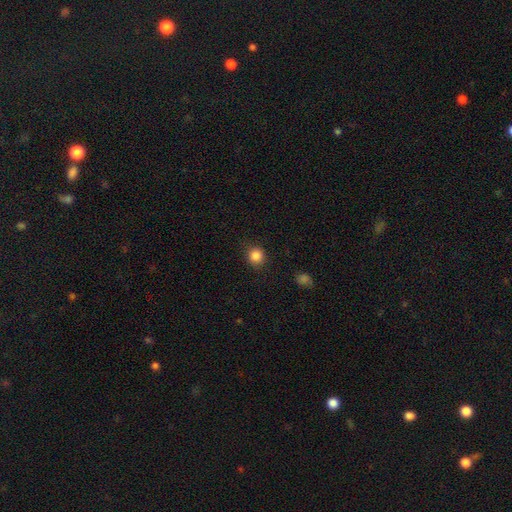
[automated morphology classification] Smooth or featured? smooth (85%)
How rounded? round (91%)
Merging? none (89%)